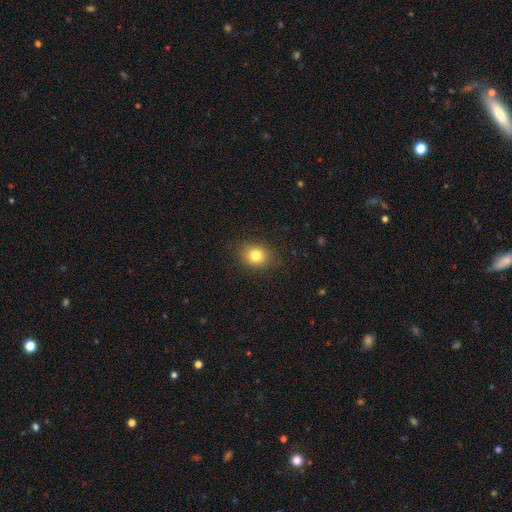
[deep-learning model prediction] smooth-or-featured: smooth: 80% | star or artifact: 12% | featured or disk: 9%
  how-rounded: round: 62% | in between: 37% | cigar-shaped: 1%
  merging: none: 87% | minor disturbance: 9% | major disturbance: 3% | merger: 1%